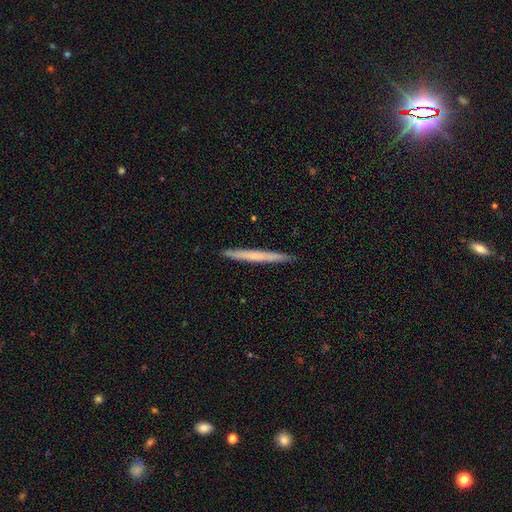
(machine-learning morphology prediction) A smooth galaxy with no disk features (55%) that is cigar-shaped (97%). Merging: none (92%).